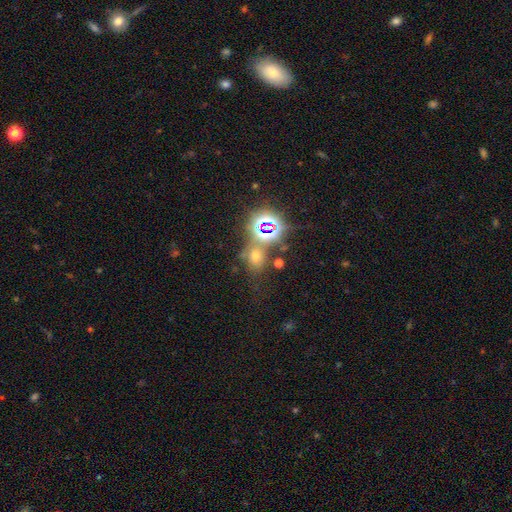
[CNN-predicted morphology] Overall: star or artifact (46%; smooth 44%).